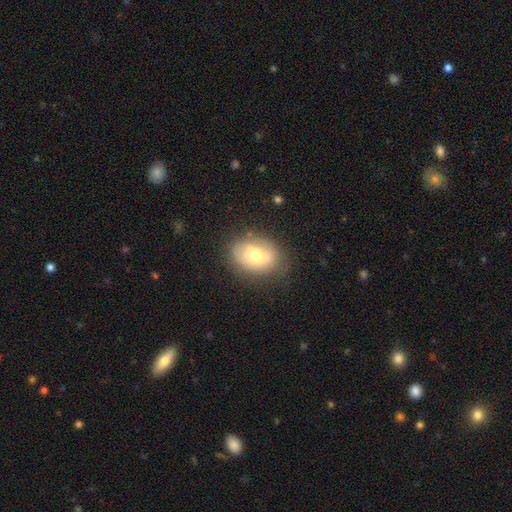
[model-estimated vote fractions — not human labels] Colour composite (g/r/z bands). It shows a smooth galaxy with no disk features (57%) that is in between round and cigar-shaped (72%). Merging: none (66%).